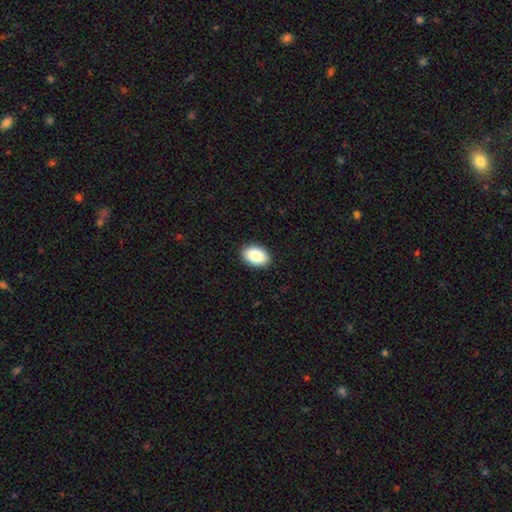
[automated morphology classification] smooth 87%, star or artifact 7%, featured or disk 6%. Down the decision tree: how rounded — in between (88%); merging — none (91%).